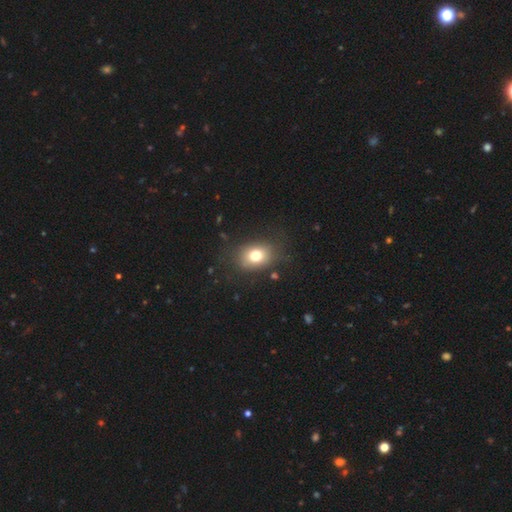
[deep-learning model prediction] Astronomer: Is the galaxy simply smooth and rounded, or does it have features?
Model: smooth — 75%.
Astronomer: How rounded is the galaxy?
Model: in between — 62%.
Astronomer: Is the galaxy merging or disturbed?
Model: none — 79%.